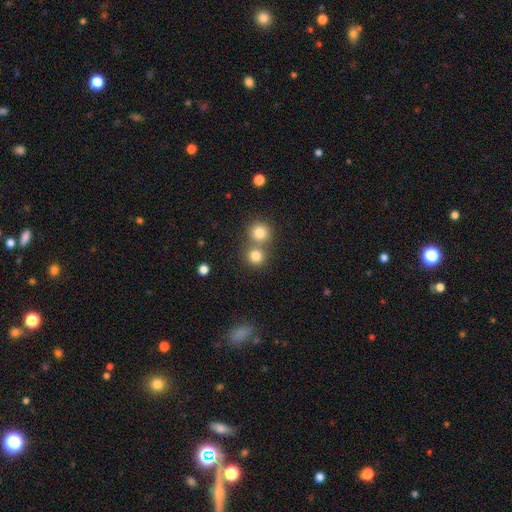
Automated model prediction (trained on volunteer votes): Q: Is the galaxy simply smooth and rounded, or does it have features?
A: smooth — 80%.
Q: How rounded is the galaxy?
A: round — 90%.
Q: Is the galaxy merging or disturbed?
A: none — 53%.